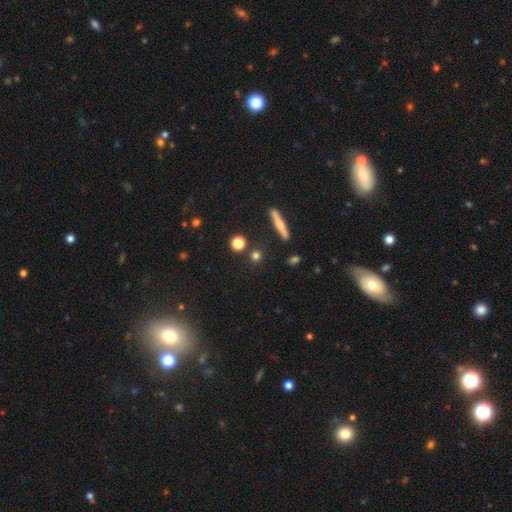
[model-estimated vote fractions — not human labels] Smooth or featured? smooth (74%)
How rounded? round (81%)
Merging? none (81%)